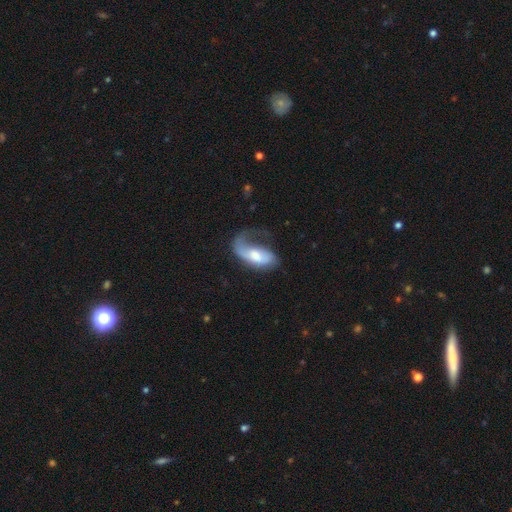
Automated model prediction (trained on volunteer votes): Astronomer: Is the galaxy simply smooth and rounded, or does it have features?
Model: featured or disk — 49% (runner-up: smooth, 45%).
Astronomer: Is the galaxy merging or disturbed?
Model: major disturbance — 54%.